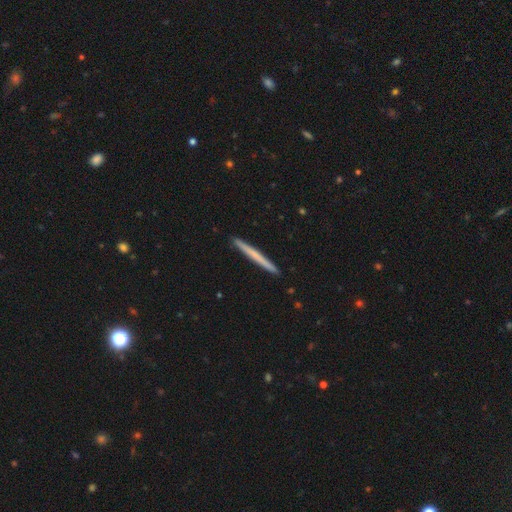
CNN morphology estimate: Smooth or featured?
  - smooth: 56% *
  - featured or disk: 40%
  - star or artifact: 5%
How rounded?
  - cigar-shaped: 97% *
  - in between: 1%
  - round: 1%
Merging?
  - none: 93% *
  - minor disturbance: 4%
  - major disturbance: 1%
  - merger: 1%